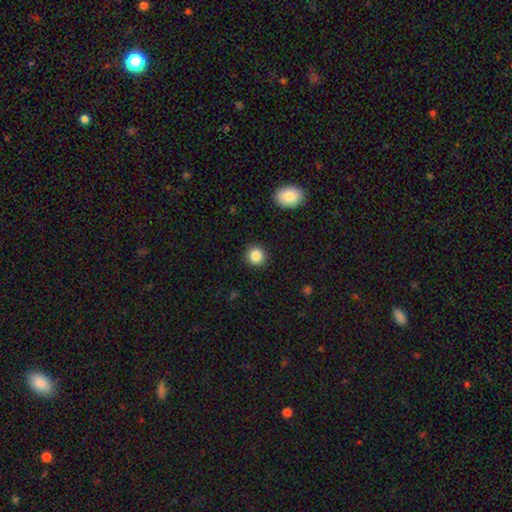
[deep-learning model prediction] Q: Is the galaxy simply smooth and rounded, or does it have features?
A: smooth — 86%.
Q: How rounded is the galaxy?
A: round — 92%.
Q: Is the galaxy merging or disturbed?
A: none — 91%.